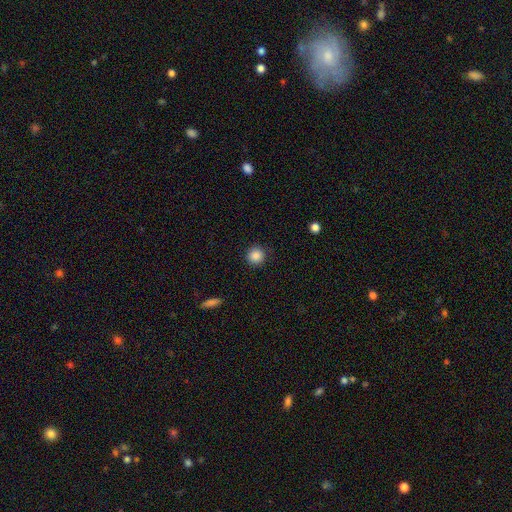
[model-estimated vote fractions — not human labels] Smooth or featured? smooth (86%)
How rounded? round (94%)
Merging? none (90%)